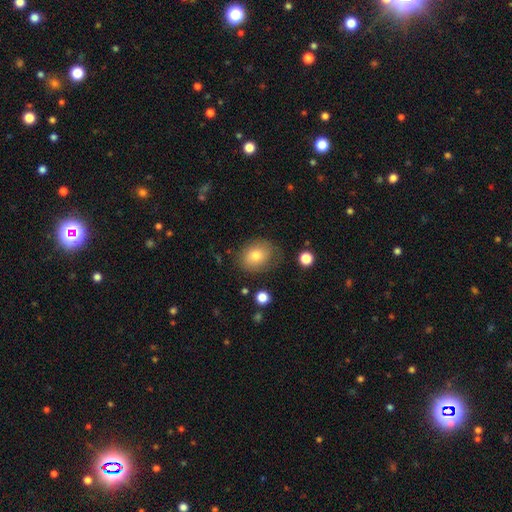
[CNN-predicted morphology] Smooth or featured? Predicted: smooth (p=0.76). How rounded? Predicted: round (p=0.57). Merging? Predicted: none (p=0.72).